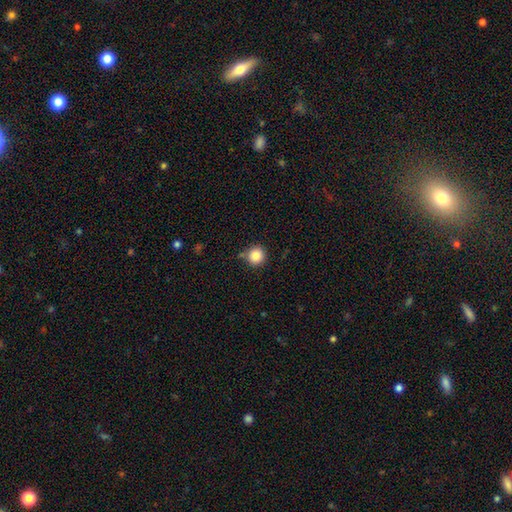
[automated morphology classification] smooth-or-featured: smooth: 85% | star or artifact: 11% | featured or disk: 5%
  how-rounded: round: 94% | in between: 5% | cigar-shaped: 1%
  merging: none: 81% | minor disturbance: 11% | merger: 5% | major disturbance: 3%